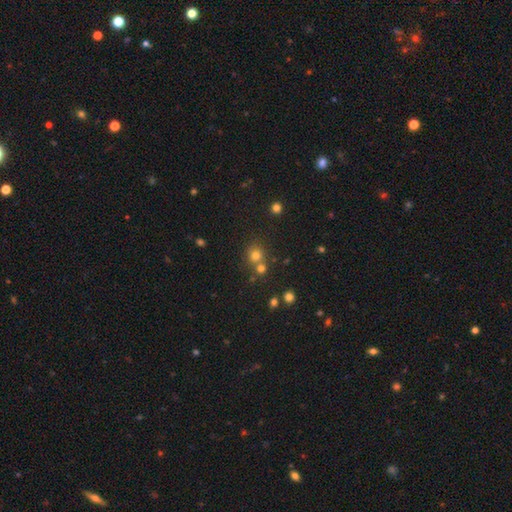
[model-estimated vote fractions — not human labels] A smooth galaxy with no disk features (71%) that is round (87%).

Vote fractions:
- Smooth or featured? smooth: 71% / star or artifact: 21% / featured or disk: 8%
- How rounded? round: 87% / in between: 12% / cigar-shaped: 1%
- Merging? none: 63% / merger: 27% / minor disturbance: 8% / major disturbance: 3%